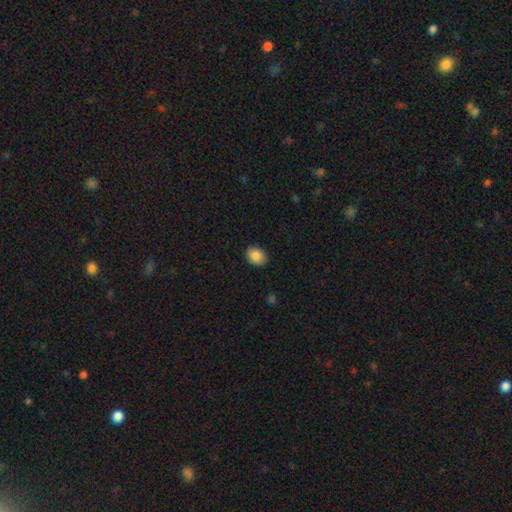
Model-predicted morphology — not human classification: This appears to be a smooth galaxy with no disk features (87%) that is in between round and cigar-shaped (60%). Merging: none (89%).